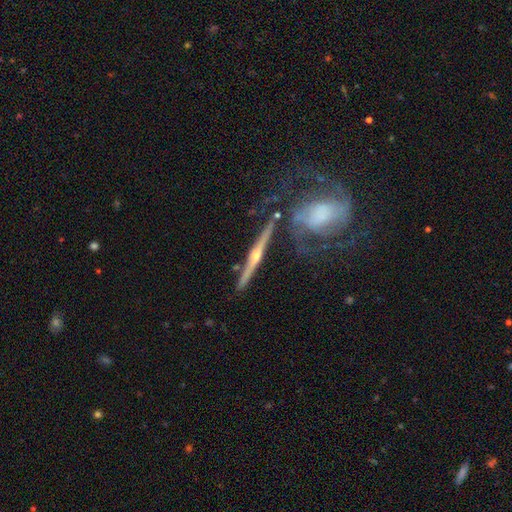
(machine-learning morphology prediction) This is clearly a featured or disk galaxy (85%). It is clearly viewed edge-on (93%). Edge-on bulge: clearly rounded (90%). Merging: likely none (75%).